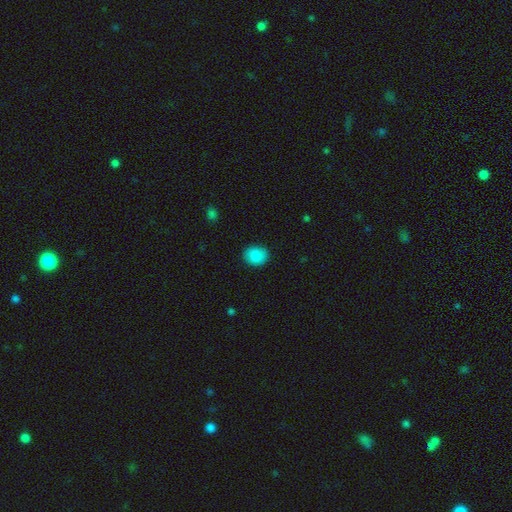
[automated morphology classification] A smooth galaxy with no disk features (88%) that is round (64%). Merging: none (88%).